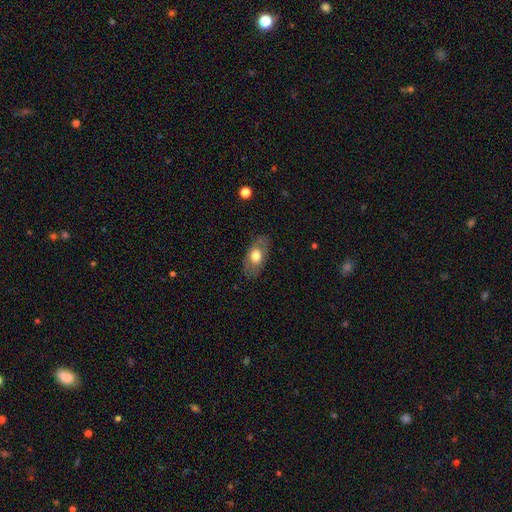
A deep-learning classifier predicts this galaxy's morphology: A smooth galaxy with no disk features (61%) that is in between round and cigar-shaped (88%).

Vote fractions:
- Smooth or featured? smooth: 61% / featured or disk: 33% / star or artifact: 7%
- How rounded? in between: 88% / round: 9% / cigar-shaped: 3%
- Merging? none: 80% / minor disturbance: 14% / major disturbance: 5% / merger: 1%